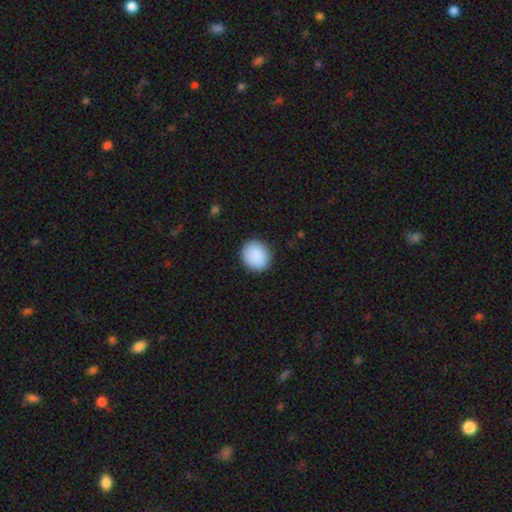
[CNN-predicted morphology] Overall: smooth (90%). How rounded: round (79%). Merging: none (90%).